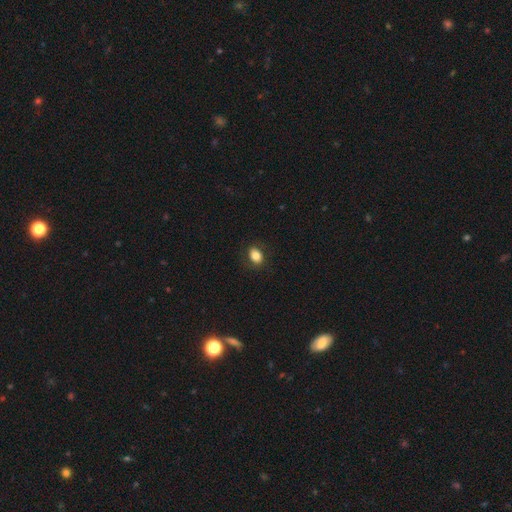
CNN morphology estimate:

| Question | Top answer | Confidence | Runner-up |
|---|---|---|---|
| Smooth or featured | smooth | 81% | featured or disk (10%) |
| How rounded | in between | 70% | round (29%) |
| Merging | none | 83% | minor disturbance (12%) |